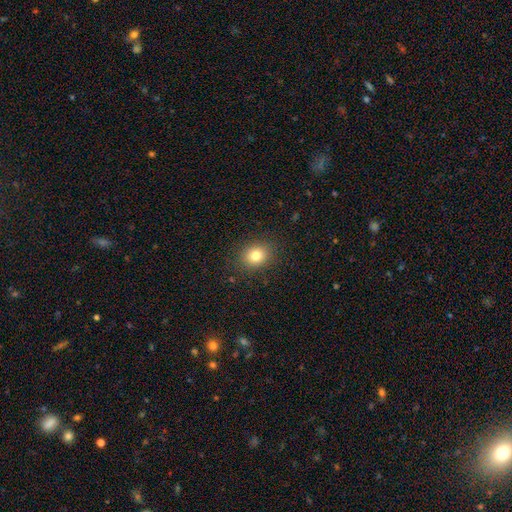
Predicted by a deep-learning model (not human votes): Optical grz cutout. It shows a smooth galaxy with no disk features (80%) that is round (64%). Merging: none (88%).